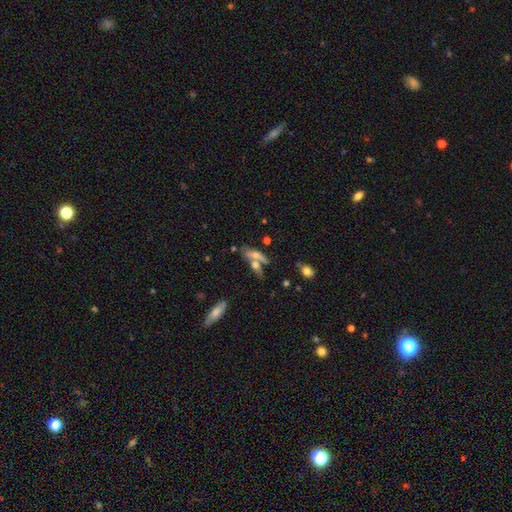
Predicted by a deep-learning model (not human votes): Smooth or featured: smooth — 49% (featured or disk — 39%)
Merging: none — 44% (merger — 36%)